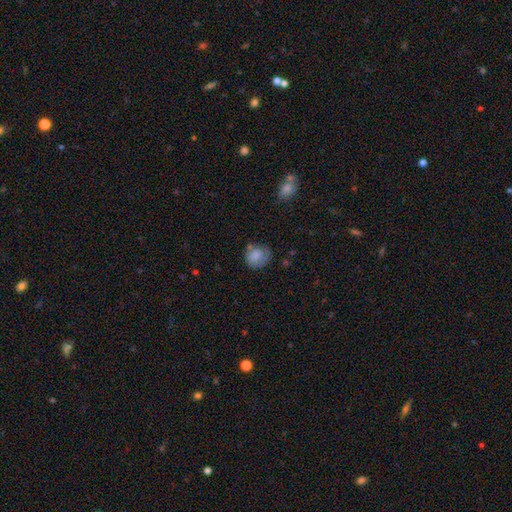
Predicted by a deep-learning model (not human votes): Morphology: type=smooth (77%); roundness=round (68%); merging=none (57%).